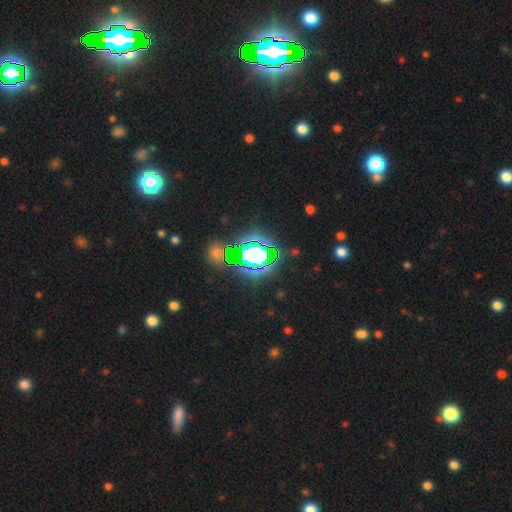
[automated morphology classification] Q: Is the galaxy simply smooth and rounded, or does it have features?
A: star or artifact — 70%.